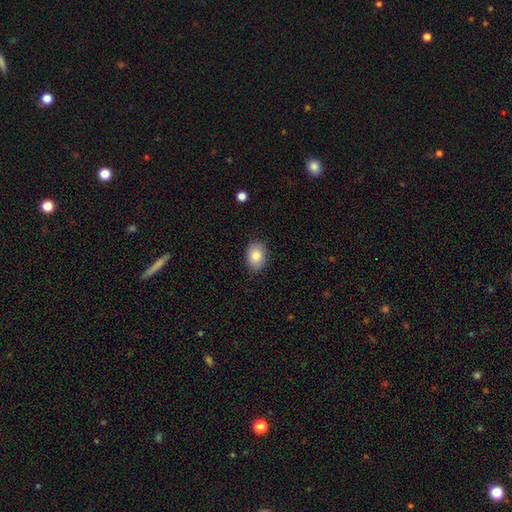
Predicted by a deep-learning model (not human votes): This is clearly a smooth galaxy (85%). How rounded: likely in between (76%). Merging: clearly none (85%).